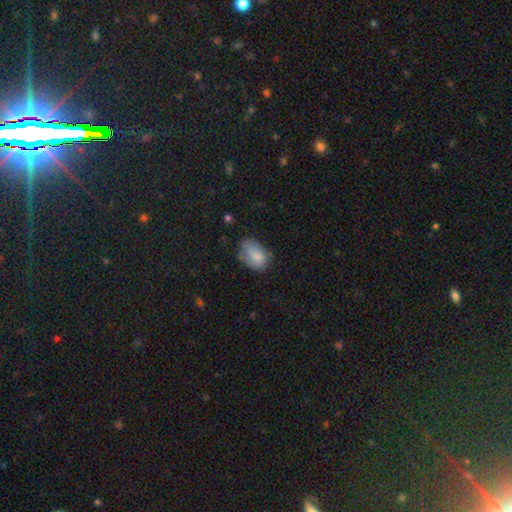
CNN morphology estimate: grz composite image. It shows a smooth galaxy with no disk features (78%) that is in between round and cigar-shaped (85%). Merging: none (53%).